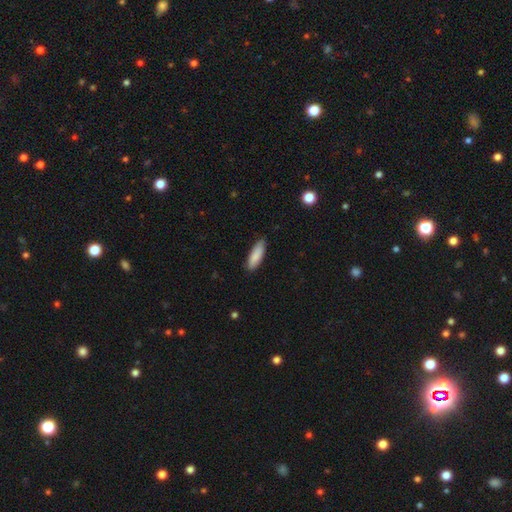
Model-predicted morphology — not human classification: Smooth or featured? smooth (86%)
How rounded? in between (54%)
Merging? none (83%)